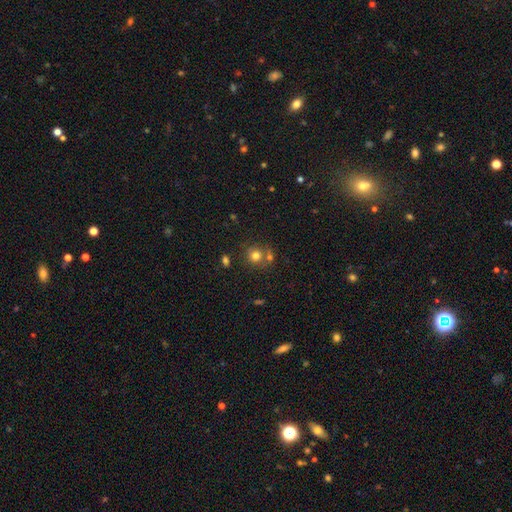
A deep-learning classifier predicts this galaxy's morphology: A smooth galaxy with no disk features (76%) that is round (87%). Merging: none (62%).